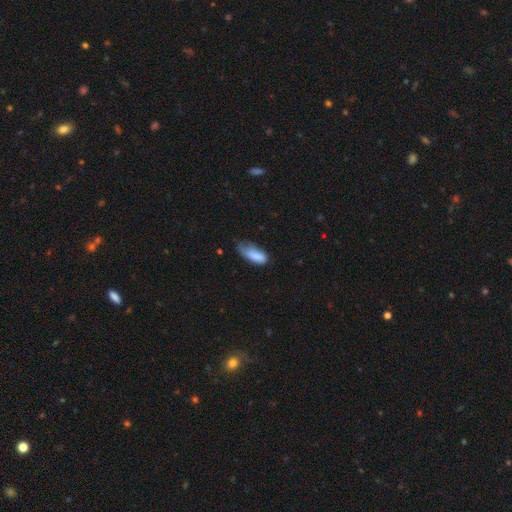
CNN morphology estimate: Smooth or featured?
  - smooth: 80% *
  - featured or disk: 12%
  - star or artifact: 8%
How rounded?
  - in between: 82% *
  - cigar-shaped: 16%
  - round: 2%
Merging?
  - minor disturbance: 43% *
  - none: 29%
  - major disturbance: 25%
  - merger: 3%